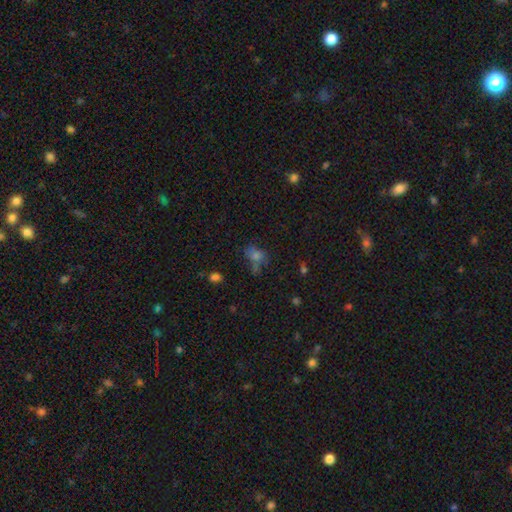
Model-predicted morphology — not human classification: This is likely a smooth galaxy (60%). How rounded: possibly in between (60%). Merging: possibly none (52%).